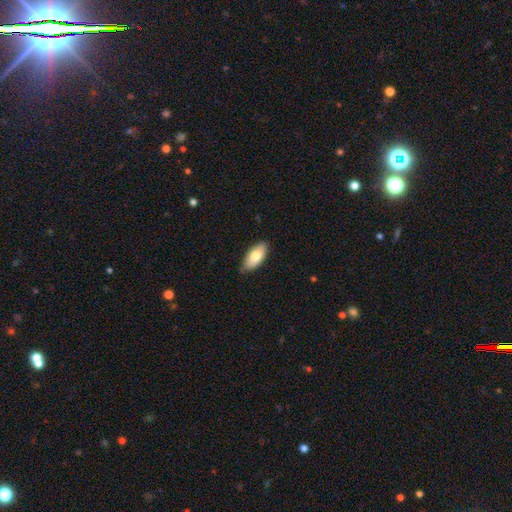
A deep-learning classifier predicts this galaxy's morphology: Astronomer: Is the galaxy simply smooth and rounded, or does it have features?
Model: smooth — 76%.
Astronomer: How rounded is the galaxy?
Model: in between — 90%.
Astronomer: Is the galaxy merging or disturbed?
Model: none — 83%.